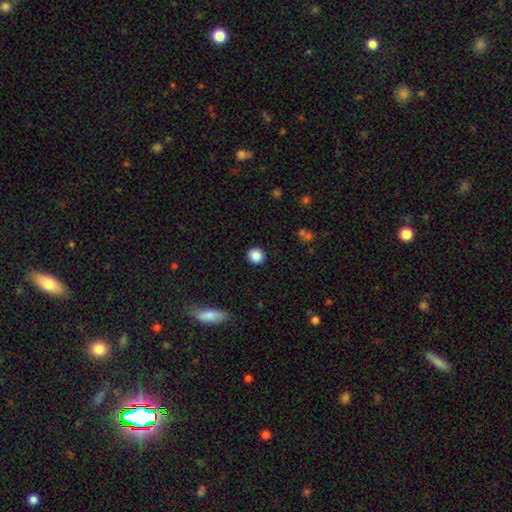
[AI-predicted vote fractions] smooth_or_featured: smooth (p=0.87) [alt: star or artifact p=0.09]
how_rounded: round (p=0.89) [alt: in between p=0.10]
merging: none (p=0.91) [alt: minor disturbance p=0.06]